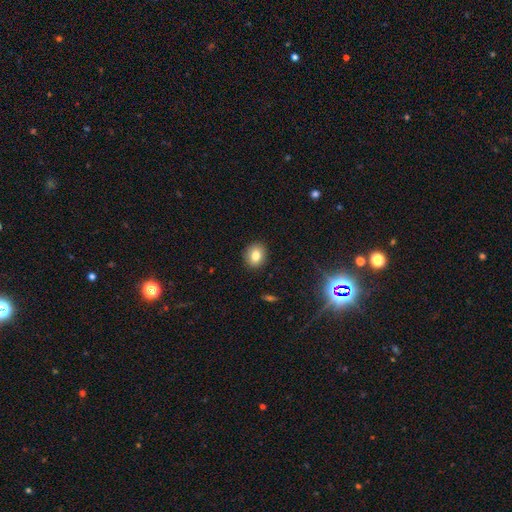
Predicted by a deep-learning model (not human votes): A smooth galaxy with no disk features (81%) that is round (73%).

Vote fractions:
- Smooth or featured? smooth: 81% / star or artifact: 11% / featured or disk: 9%
- How rounded? round: 73% / in between: 26% / cigar-shaped: 1%
- Merging? none: 91% / minor disturbance: 6% / major disturbance: 2% / merger: 1%